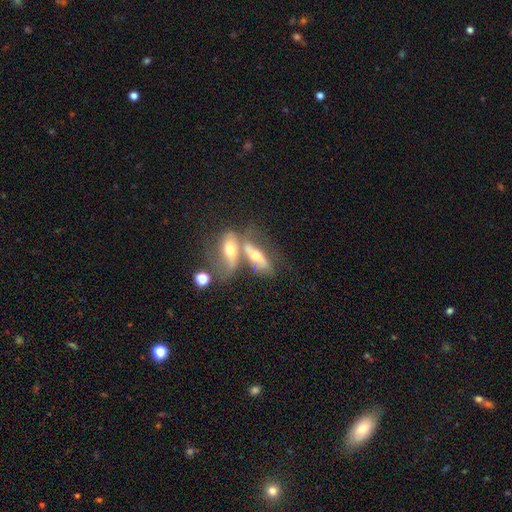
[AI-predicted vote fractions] featured or disk 48%, smooth 43%, star or artifact 9%. Down the decision tree: merging — merger (67%).